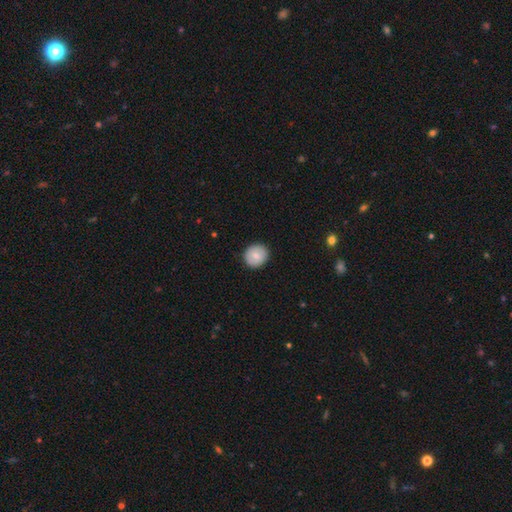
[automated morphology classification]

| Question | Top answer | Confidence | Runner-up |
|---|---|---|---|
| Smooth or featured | smooth | 72% | featured or disk (21%) |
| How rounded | round | 85% | in between (15%) |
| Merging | none | 89% | minor disturbance (8%) |